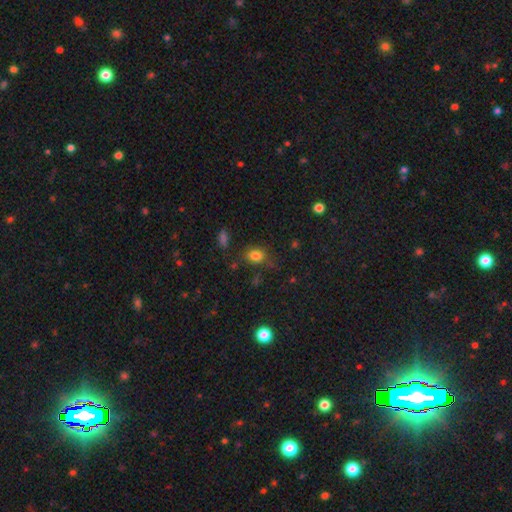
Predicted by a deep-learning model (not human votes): Morphology: type=smooth (80%); roundness=in between (65%); merging=none (72%).